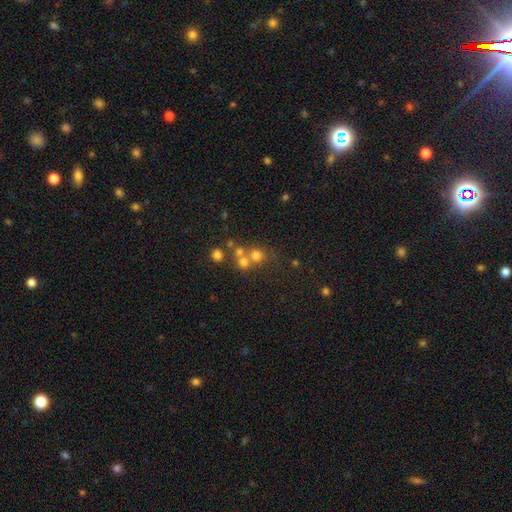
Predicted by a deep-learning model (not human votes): Smooth or featured?
  - smooth: 64% *
  - star or artifact: 20%
  - featured or disk: 16%
How rounded?
  - round: 86% *
  - in between: 13%
  - cigar-shaped: 1%
Merging?
  - none: 46% *
  - merger: 43%
  - minor disturbance: 7%
  - major disturbance: 4%